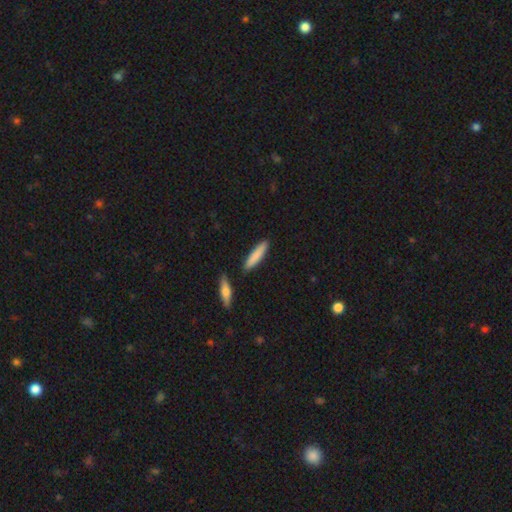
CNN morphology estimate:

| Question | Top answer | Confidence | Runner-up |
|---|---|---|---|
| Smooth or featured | smooth | 83% | featured or disk (12%) |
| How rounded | cigar-shaped | 81% | in between (18%) |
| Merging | none | 85% | minor disturbance (9%) |